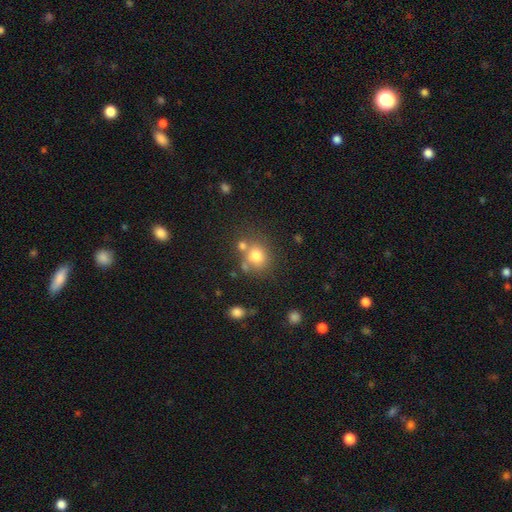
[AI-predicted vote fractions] This is likely a smooth galaxy (76%). How rounded: likely round (78%). Merging: likely none (61%).